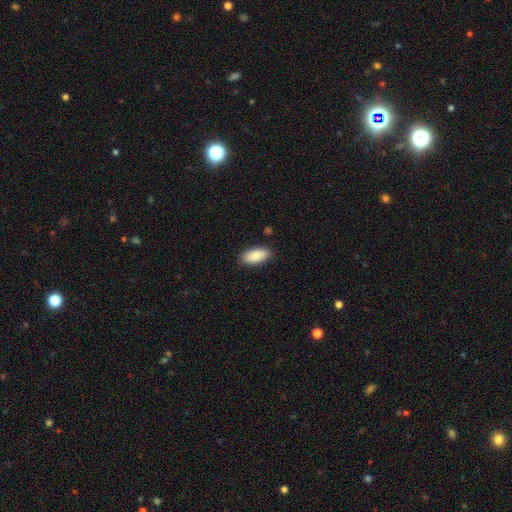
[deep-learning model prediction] The model was most divided on "merging": none: 87%, minor disturbance: 10%, major disturbance: 2%, merger: 1%. More confident: how rounded — in between (90%); smooth or featured — smooth (88%).